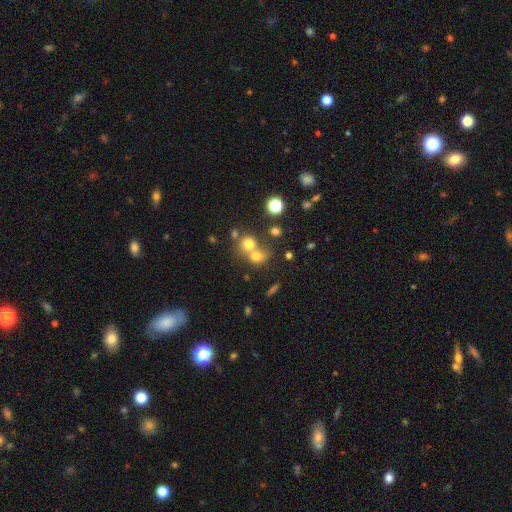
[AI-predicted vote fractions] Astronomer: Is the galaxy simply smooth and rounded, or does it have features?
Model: smooth — 69%.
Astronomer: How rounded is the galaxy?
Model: round — 76%.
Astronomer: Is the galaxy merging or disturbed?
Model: merger — 52% (runner-up: none, 38%).